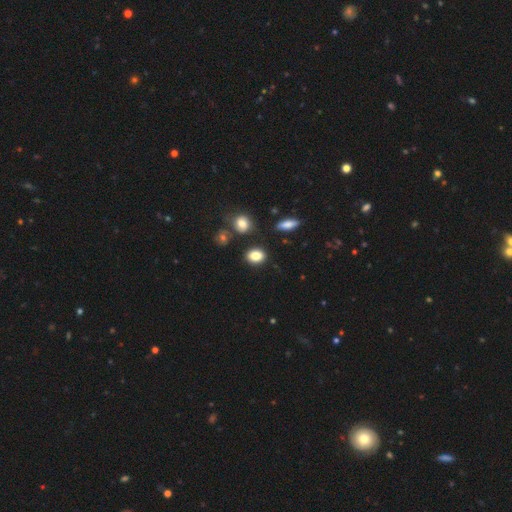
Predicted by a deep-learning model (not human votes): This appears to be a smooth galaxy with no disk features (84%) that is in between round and cigar-shaped (60%). Merging: none (83%).